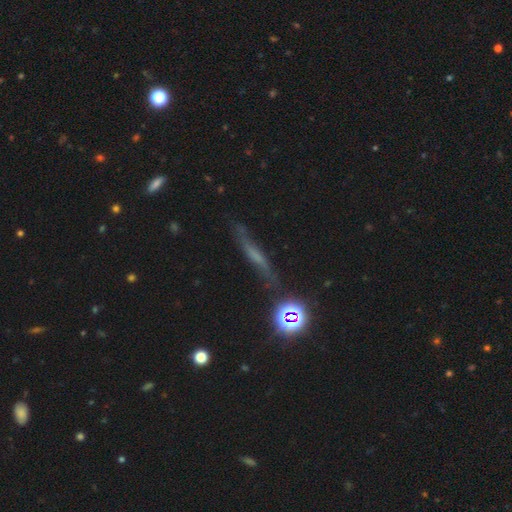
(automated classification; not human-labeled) The model was most divided on "smooth or featured": featured or disk: 44%, smooth: 33%, star or artifact: 22%. More confident: merging — none (70%).